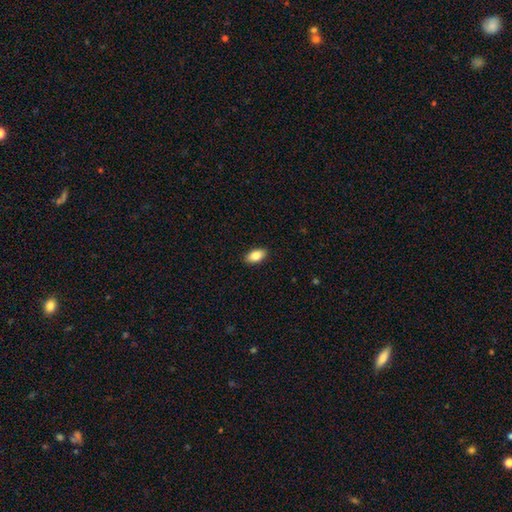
smooth-or-featured: smooth: 81% | featured or disk: 14% | star or artifact: 5%
  how-rounded: in between: 100% | round: 0% | cigar-shaped: 0%
  merging: none: 89% | minor disturbance: 6% | major disturbance: 3% | merger: 3%